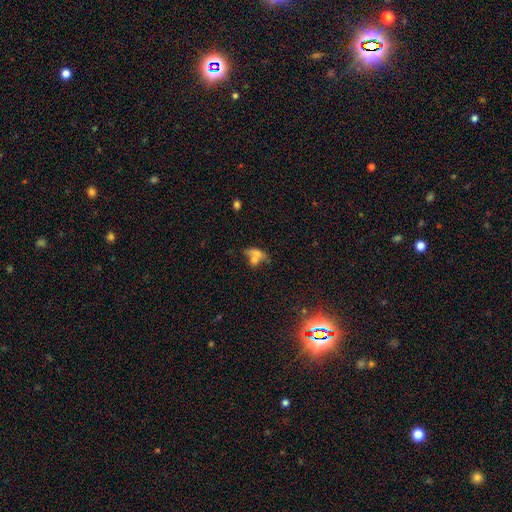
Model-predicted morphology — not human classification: This is possibly a smooth galaxy (59%). How rounded: likely in between (72%). Merging: possibly merger (53%).